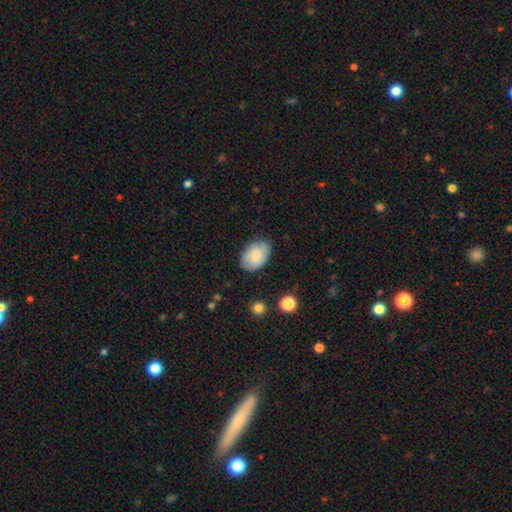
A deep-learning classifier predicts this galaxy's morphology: smooth_or_featured: smooth (p=0.76) [alt: featured or disk p=0.17]
how_rounded: in between (p=0.85) [alt: round p=0.14]
merging: none (p=0.73) [alt: minor disturbance p=0.22]